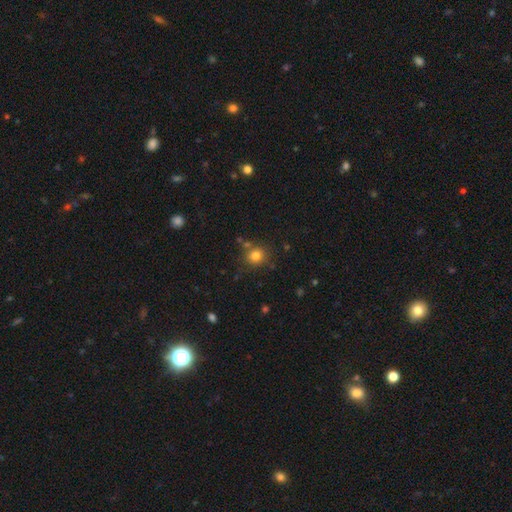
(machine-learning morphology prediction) The model was most divided on "smooth or featured": smooth: 79%, star or artifact: 14%, featured or disk: 7%. More confident: how rounded — round (84%); merging — none (77%).